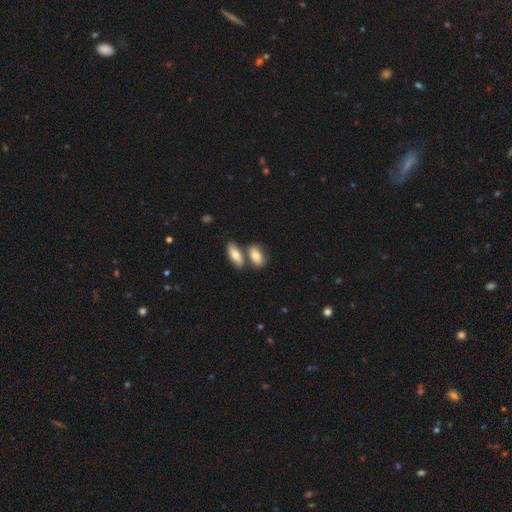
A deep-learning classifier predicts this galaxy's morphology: Smooth or featured? Predicted: smooth (p=0.79). How rounded? Predicted: in between (p=0.85). Merging? Predicted: none (p=0.54).